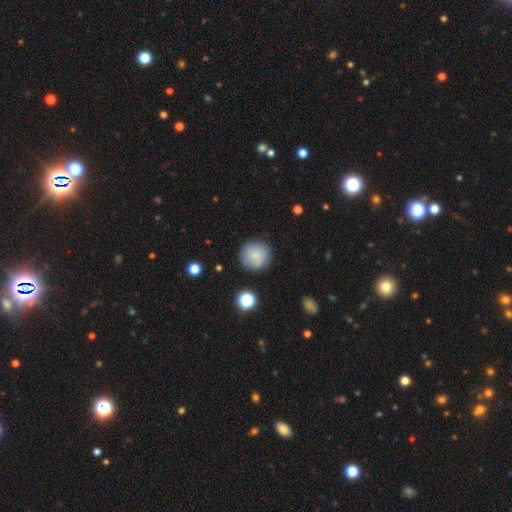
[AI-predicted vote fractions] The model was most divided on "smooth or featured": smooth: 76%, featured or disk: 14%, star or artifact: 10%. More confident: how rounded — round (94%); merging — none (83%).